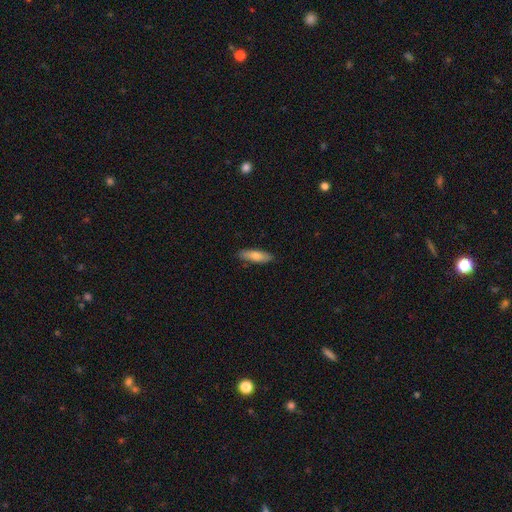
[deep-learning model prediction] Smooth or featured? Predicted: smooth (p=0.76). How rounded? Predicted: cigar-shaped (p=0.52). Merging? Predicted: none (p=0.87).